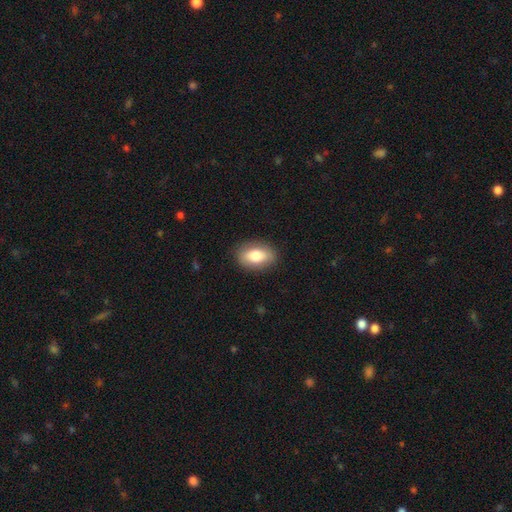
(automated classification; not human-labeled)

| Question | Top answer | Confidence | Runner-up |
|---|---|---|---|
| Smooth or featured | smooth | 75% | featured or disk (18%) |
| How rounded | in between | 86% | round (11%) |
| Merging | none | 86% | minor disturbance (10%) |